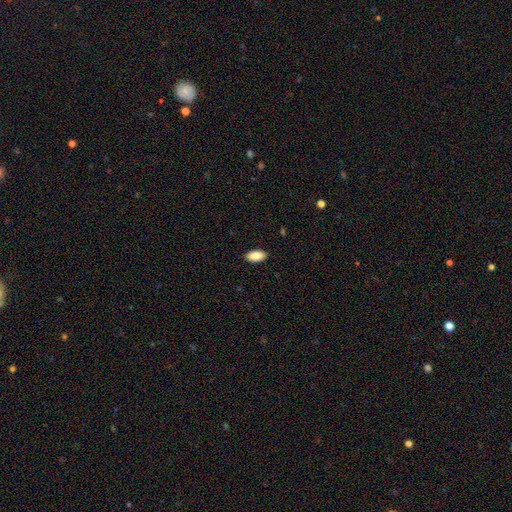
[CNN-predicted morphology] Q: Smooth or featured?
A: smooth (87%); runner-up: star or artifact (7%)
Q: How rounded?
A: in between (94%); runner-up: cigar-shaped (4%)
Q: Merging?
A: none (89%); runner-up: minor disturbance (8%)